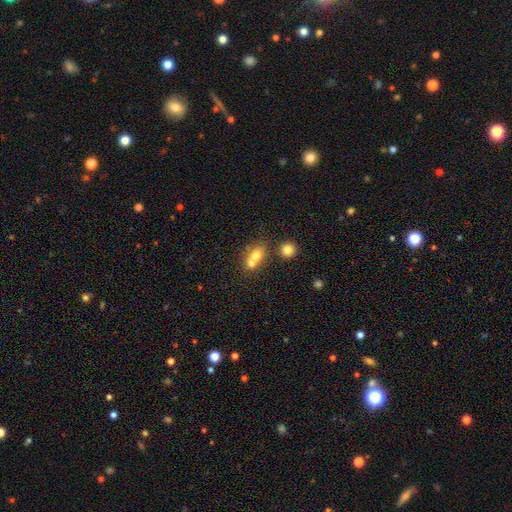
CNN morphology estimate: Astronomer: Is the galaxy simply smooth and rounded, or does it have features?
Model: smooth — 69%.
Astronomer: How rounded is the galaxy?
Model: round — 56% (runner-up: in between, 42%).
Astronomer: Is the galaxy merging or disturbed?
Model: merger — 61%.